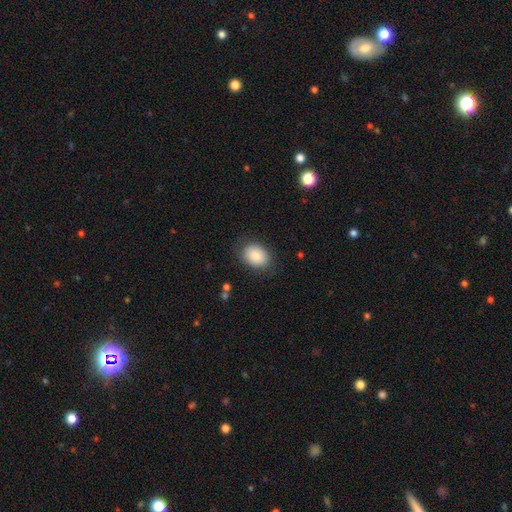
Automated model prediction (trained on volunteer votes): This is clearly a smooth galaxy (85%). How rounded: likely in between (70%). Merging: clearly none (80%).